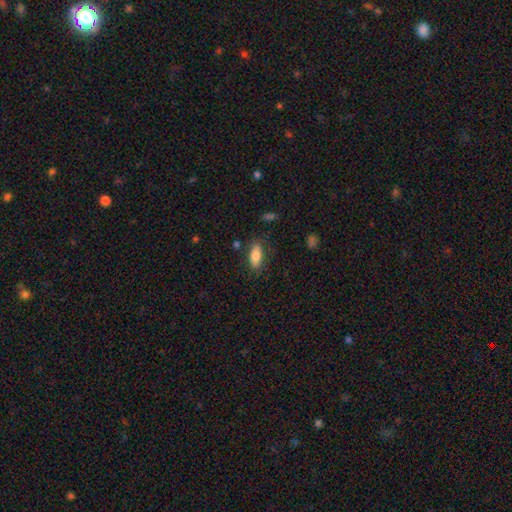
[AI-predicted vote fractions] A smooth galaxy with no disk features (78%) that is in between round and cigar-shaped (82%).

Vote fractions:
- Smooth or featured? smooth: 78% / featured or disk: 15% / star or artifact: 7%
- How rounded? in between: 82% / cigar-shaped: 15% / round: 3%
- Merging? none: 78% / minor disturbance: 16% / major disturbance: 4% / merger: 2%